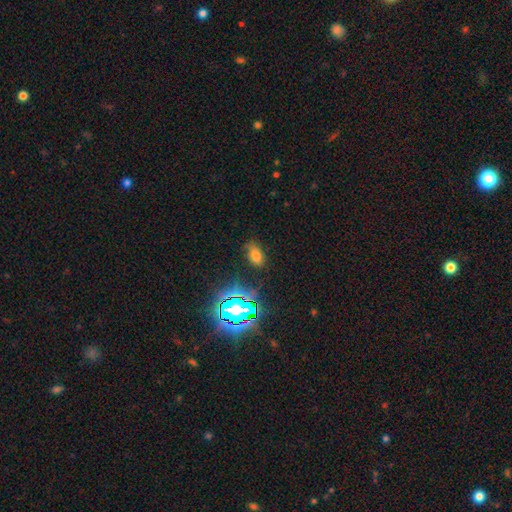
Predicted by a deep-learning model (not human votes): Overall: smooth (66%; star or artifact 26%). How rounded: in between (90%). Merging: none (78%).